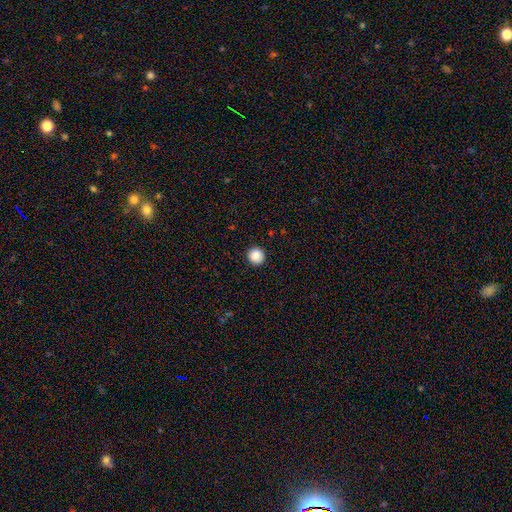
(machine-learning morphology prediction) Smooth or featured: smooth — 88% (star or artifact — 9%)
How rounded: round — 94% (in between — 5%)
Merging: none — 92% (minor disturbance — 6%)